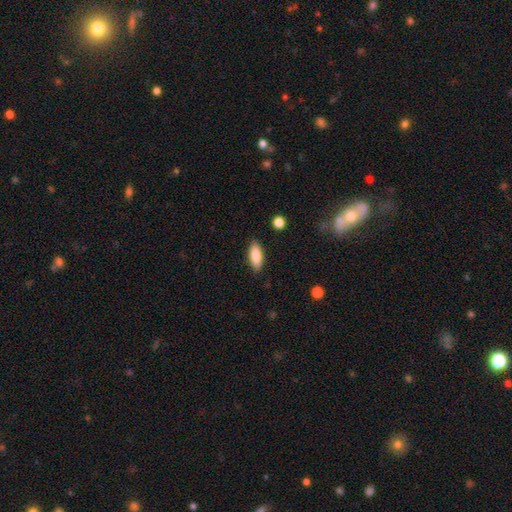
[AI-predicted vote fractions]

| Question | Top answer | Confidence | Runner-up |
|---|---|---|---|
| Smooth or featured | smooth | 86% | featured or disk (7%) |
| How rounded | in between | 78% | cigar-shaped (20%) |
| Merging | none | 88% | minor disturbance (9%) |